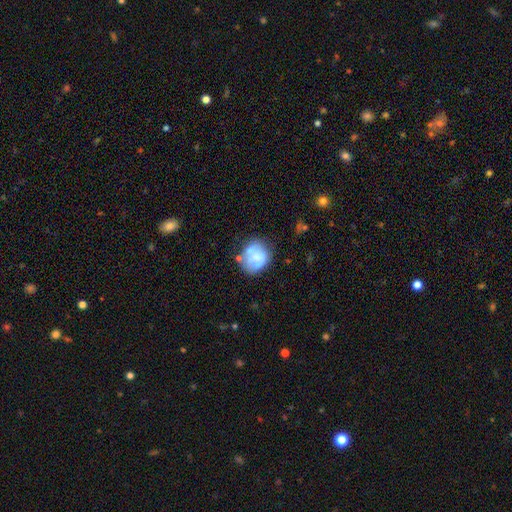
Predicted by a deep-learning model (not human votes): Overall: smooth (52%; featured or disk 39%). How rounded: round (69%; in between 30%). Merging: none (49%; minor disturbance 24%).